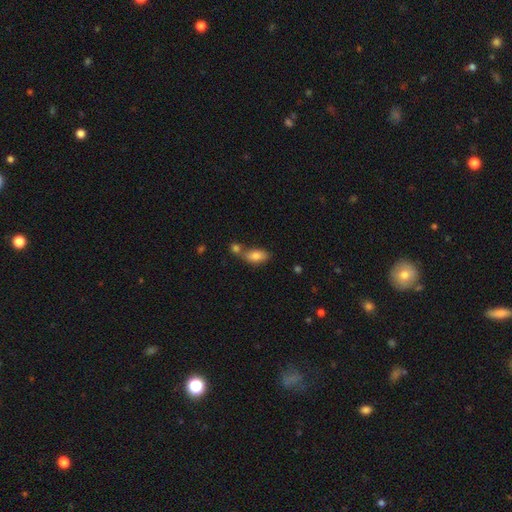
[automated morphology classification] Q: Smooth or featured?
A: smooth (81%); runner-up: featured or disk (11%)
Q: How rounded?
A: in between (89%); runner-up: round (6%)
Q: Merging?
A: none (46%); runner-up: merger (37%)